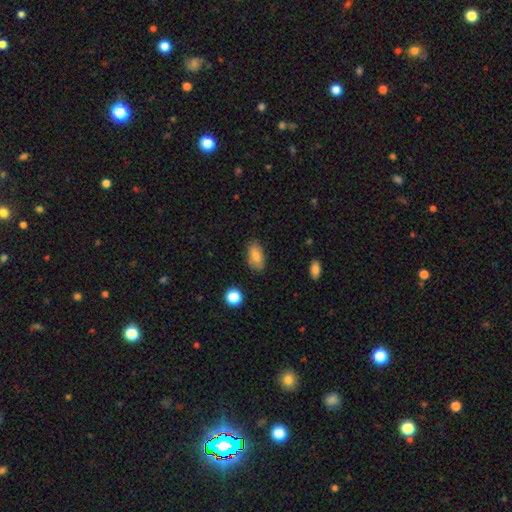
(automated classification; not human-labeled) This is likely a smooth galaxy (78%). How rounded: clearly in between (91%). Merging: clearly none (80%).